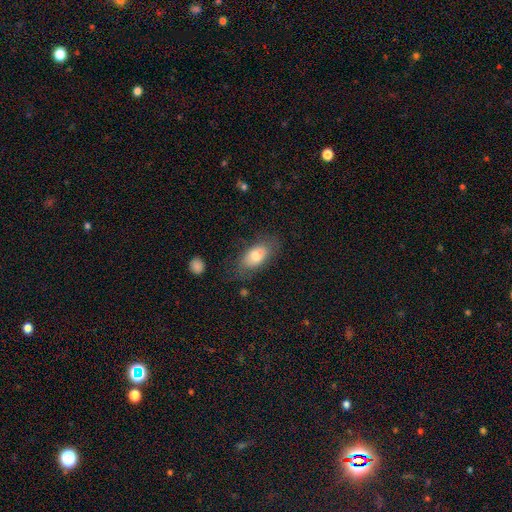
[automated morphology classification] A smooth galaxy with no disk features (74%) that is in between round and cigar-shaped (89%). Merging: none (71%).